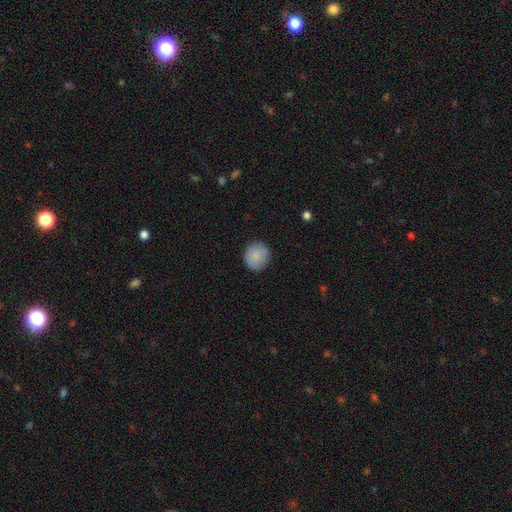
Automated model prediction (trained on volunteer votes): Overall: smooth (86%). How rounded: round (89%). Merging: none (85%).